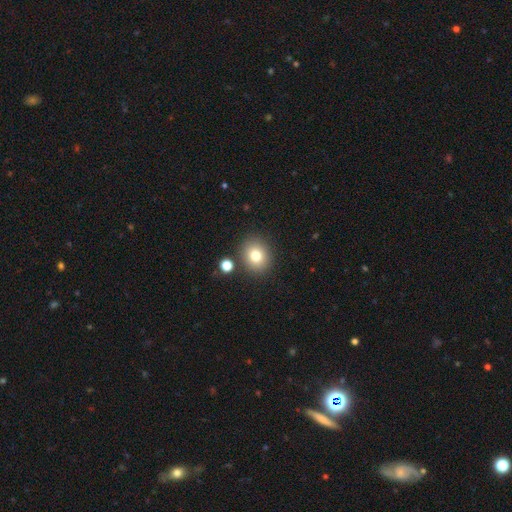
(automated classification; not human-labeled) Morphology: type=smooth (78%); roundness=round (73%); merging=none (85%).